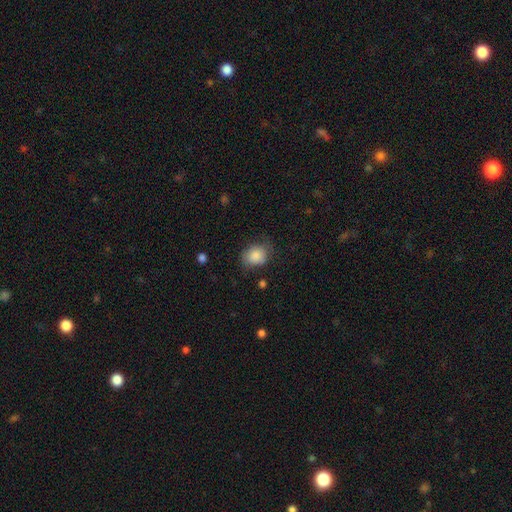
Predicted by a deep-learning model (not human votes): Smooth or featured? Predicted: smooth (p=0.85). How rounded? Predicted: round (p=0.58). Merging? Predicted: none (p=0.63).